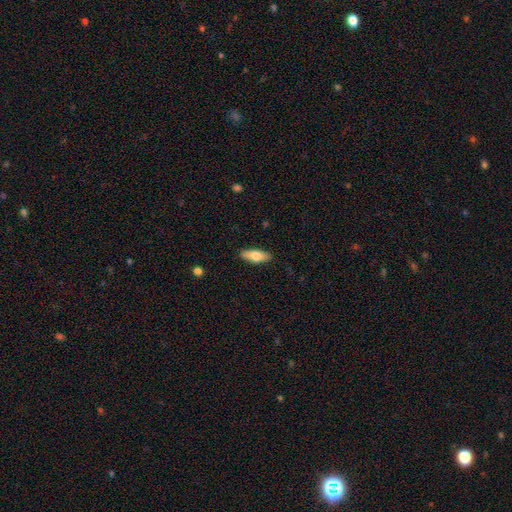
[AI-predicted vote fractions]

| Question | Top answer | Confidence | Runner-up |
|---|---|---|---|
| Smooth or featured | smooth | 68% | featured or disk (26%) |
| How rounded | in between | 64% | cigar-shaped (33%) |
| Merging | none | 88% | minor disturbance (9%) |